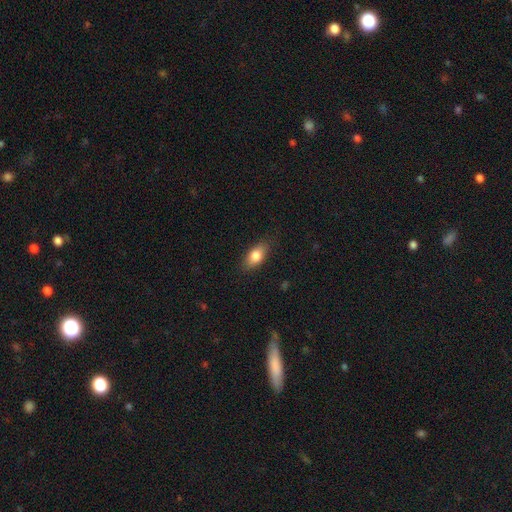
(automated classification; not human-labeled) A smooth galaxy with no disk features (79%) that is in between round and cigar-shaped (83%).

Vote fractions:
- Smooth or featured? smooth: 79% / featured or disk: 14% / star or artifact: 7%
- How rounded? in between: 83% / cigar-shaped: 10% / round: 6%
- Merging? none: 83% / minor disturbance: 13% / major disturbance: 3% / merger: 1%